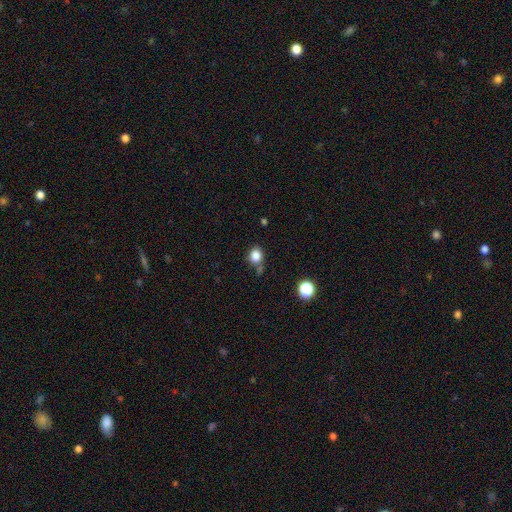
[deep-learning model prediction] The model was most divided on "how rounded": round: 74%, in between: 25%, cigar-shaped: 1%. More confident: smooth or featured — smooth (83%); merging — none (68%).